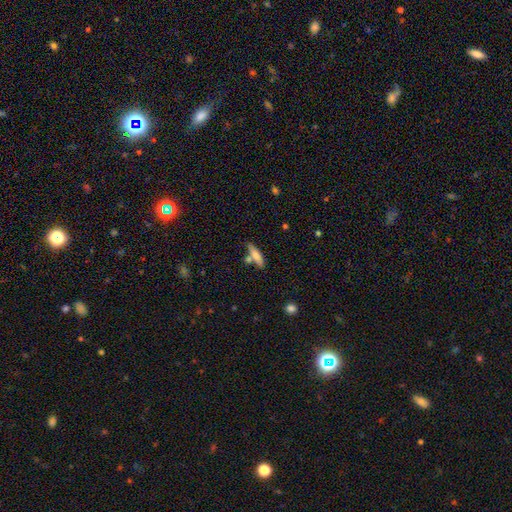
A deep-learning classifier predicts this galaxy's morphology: This is likely a smooth galaxy (63%). How rounded: likely cigar-shaped (69%). Merging: likely none (63%).